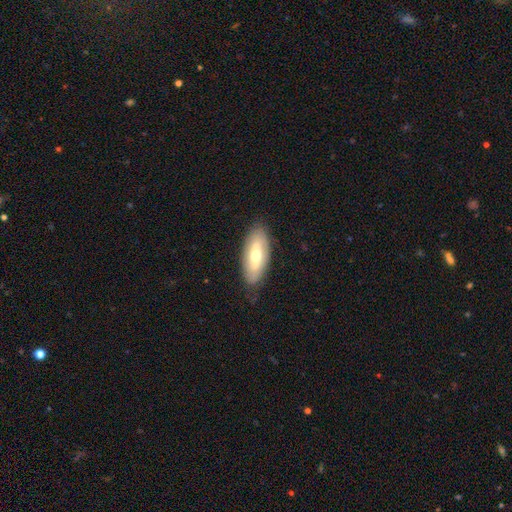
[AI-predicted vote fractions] Morphology: type=smooth (56%); roundness=in between (79%); merging=none (83%).